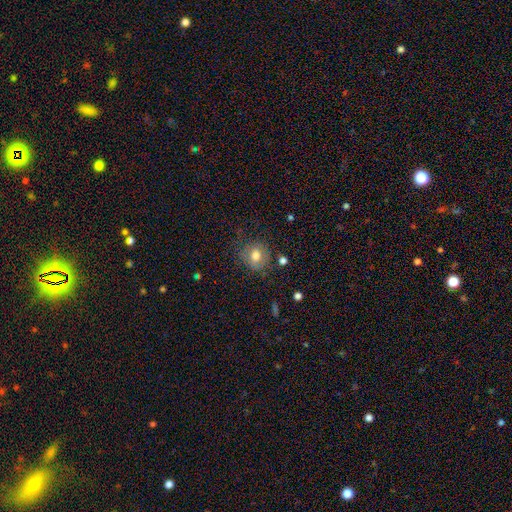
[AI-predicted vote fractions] Overall: smooth (72%). How rounded: round (79%). Merging: none (70%).